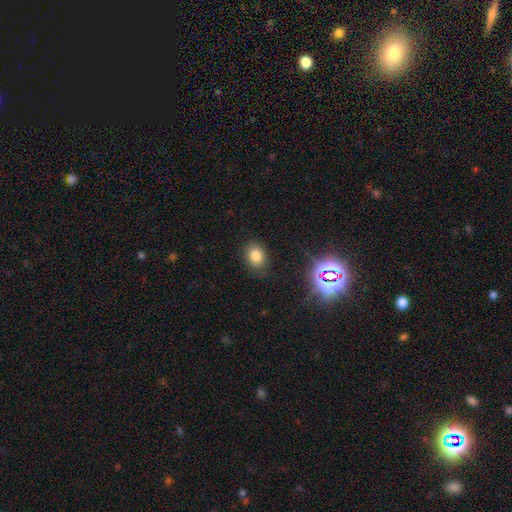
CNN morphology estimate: Smooth or featured: smooth — 77% (star or artifact — 16%)
How rounded: in between — 60% (round — 39%)
Merging: none — 80% (minor disturbance — 14%)